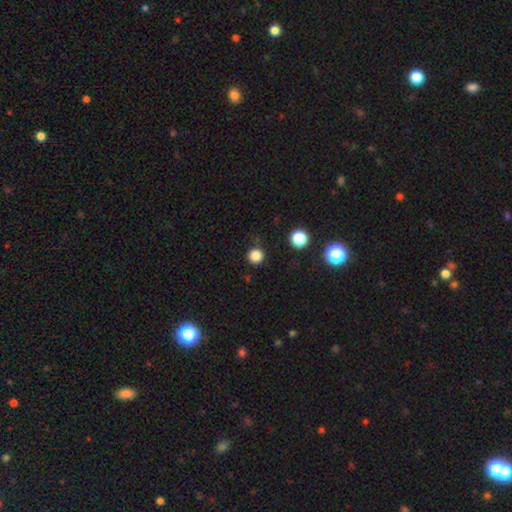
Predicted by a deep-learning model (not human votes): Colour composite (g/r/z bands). It shows a smooth galaxy with no disk features (83%) that is round (96%). Merging: none (89%).